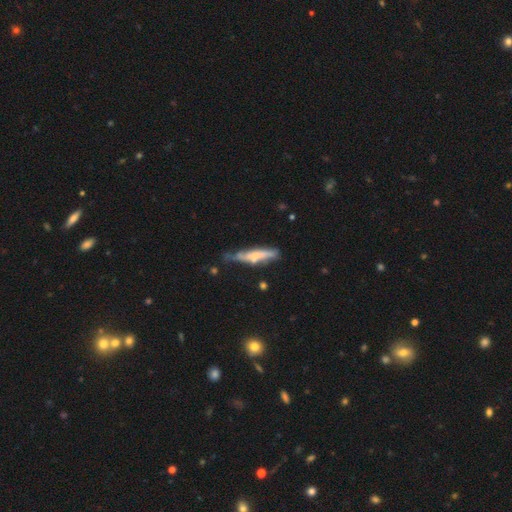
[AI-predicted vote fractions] Smooth or featured?
  - featured or disk: 47% *
  - smooth: 46%
  - star or artifact: 6%
Merging?
  - none: 52% *
  - minor disturbance: 30%
  - major disturbance: 10%
  - merger: 8%